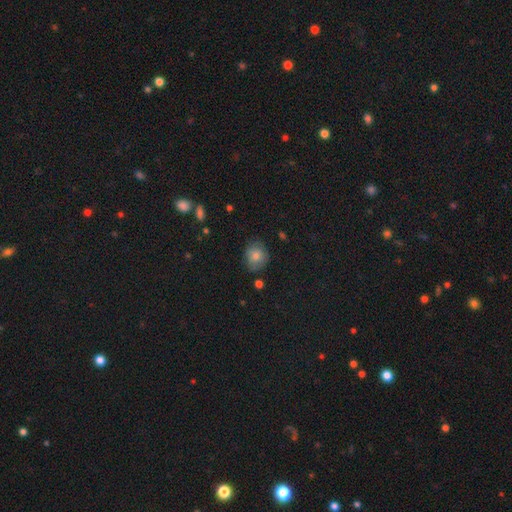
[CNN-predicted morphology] smooth-or-featured: smooth: 78% | featured or disk: 13% | star or artifact: 9%
  how-rounded: round: 73% | in between: 26% | cigar-shaped: 1%
  merging: none: 74% | minor disturbance: 20% | major disturbance: 4% | merger: 2%